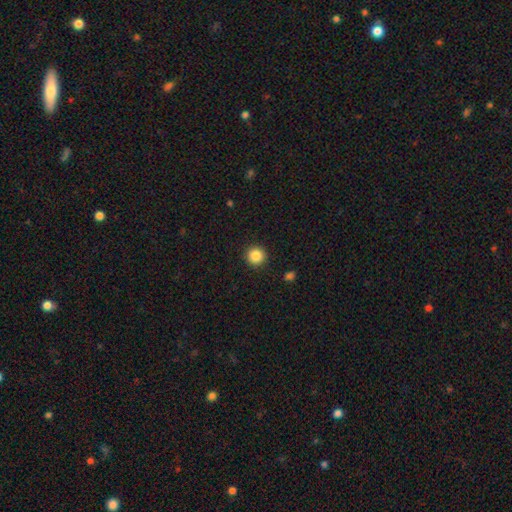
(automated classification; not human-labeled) Morphology: type=smooth (86%); roundness=round (95%); merging=none (93%).